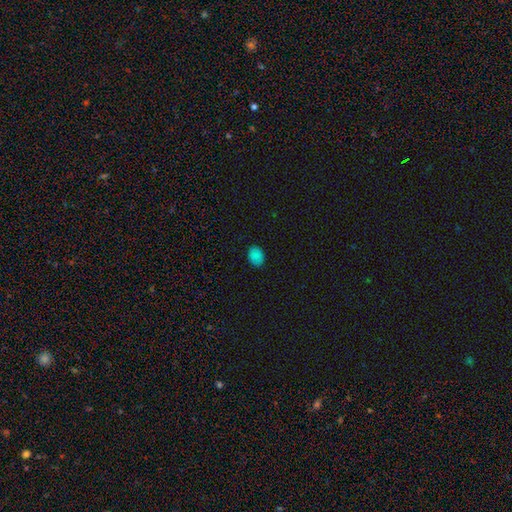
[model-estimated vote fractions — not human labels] This is clearly a smooth galaxy (83%). How rounded: likely in between (65%). Merging: clearly none (87%).